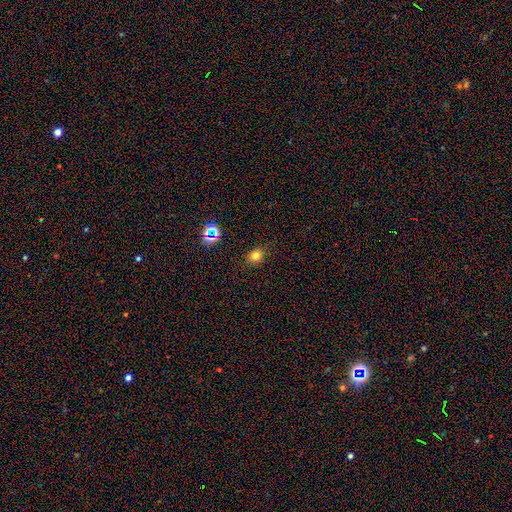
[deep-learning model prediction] A smooth galaxy with no disk features (76%) that is round (61%). Merging: none (83%).